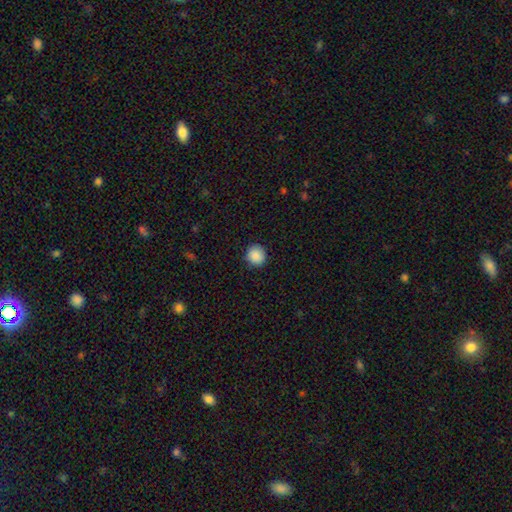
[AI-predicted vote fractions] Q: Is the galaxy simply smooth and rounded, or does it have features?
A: smooth — 88%.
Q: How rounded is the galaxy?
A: round — 92%.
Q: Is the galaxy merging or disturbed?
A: none — 90%.